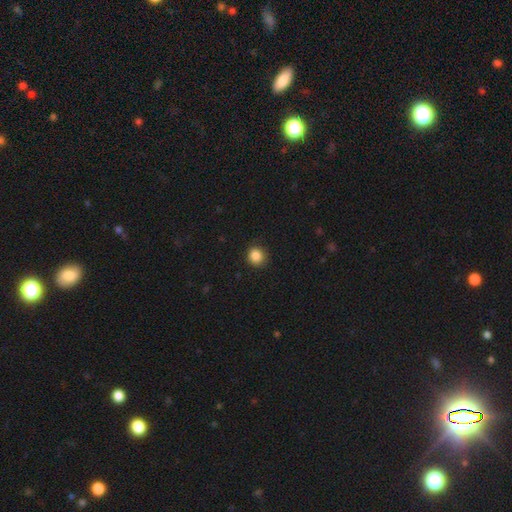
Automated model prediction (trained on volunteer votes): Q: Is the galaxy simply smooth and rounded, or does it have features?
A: smooth — 87%.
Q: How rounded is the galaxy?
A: round — 89%.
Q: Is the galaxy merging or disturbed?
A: none — 87%.